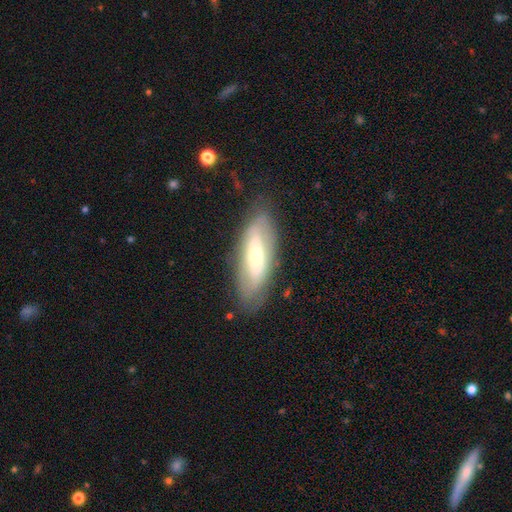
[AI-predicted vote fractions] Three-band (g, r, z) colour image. It shows a featured or disk galaxy (57%). Merging: none (78%).